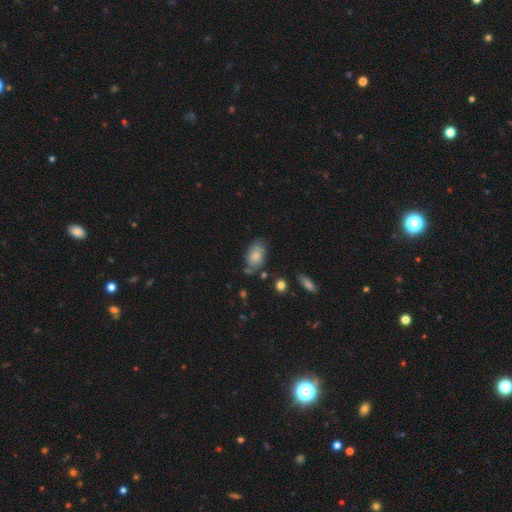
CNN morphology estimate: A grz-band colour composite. It shows a smooth galaxy with no disk features (81%) that is in between round and cigar-shaped (91%). Merging: none (62%).